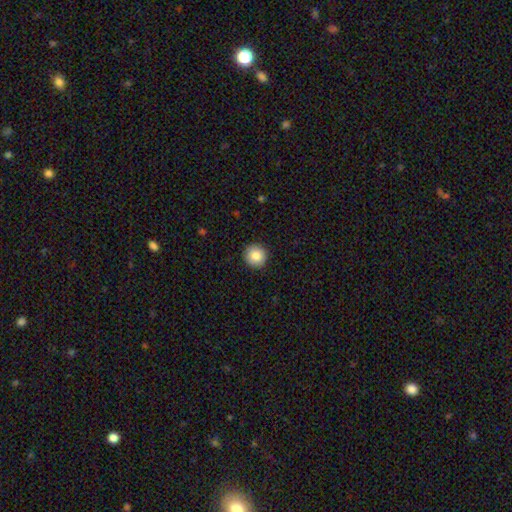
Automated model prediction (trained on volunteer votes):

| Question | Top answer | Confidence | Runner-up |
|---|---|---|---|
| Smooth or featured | smooth | 86% | star or artifact (9%) |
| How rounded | round | 95% | in between (4%) |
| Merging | none | 92% | minor disturbance (5%) |